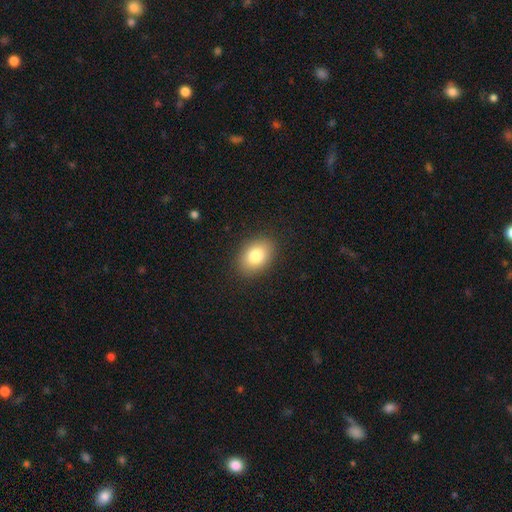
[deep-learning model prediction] A smooth galaxy with no disk features (82%) that is in between round and cigar-shaped (80%).

Vote fractions:
- Smooth or featured? smooth: 82% / featured or disk: 10% / star or artifact: 8%
- How rounded? in between: 80% / round: 19% / cigar-shaped: 1%
- Merging? none: 88% / minor disturbance: 8% / major disturbance: 2% / merger: 1%